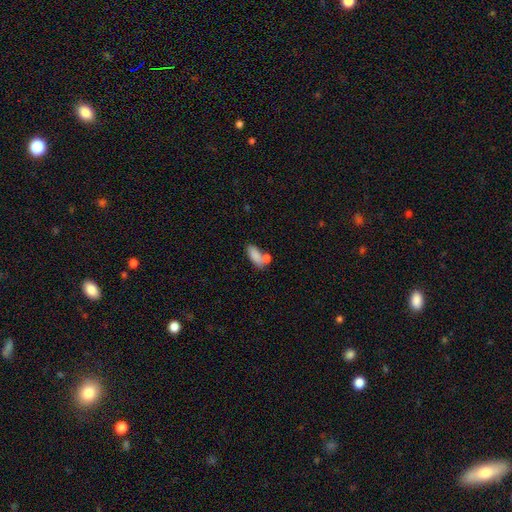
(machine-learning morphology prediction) type=smooth (83%); roundness=in between (82%); merging=none (47%).